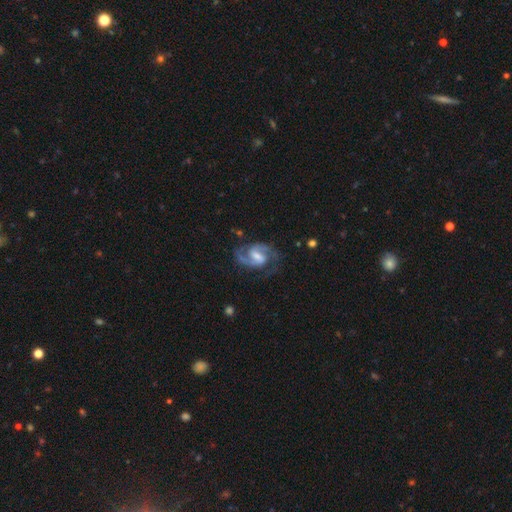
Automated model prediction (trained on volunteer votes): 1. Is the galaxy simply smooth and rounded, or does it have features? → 92% featured or disk, 4% star or artifact, 4% smooth.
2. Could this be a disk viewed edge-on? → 98% no, 2% yes.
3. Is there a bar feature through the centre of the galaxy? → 53% weak, 33% strong, 14% no.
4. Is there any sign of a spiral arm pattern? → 98% yes, 2% no.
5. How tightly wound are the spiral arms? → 63% medium, 23% tight, 14% loose.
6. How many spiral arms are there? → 92% 2, 3% 3, 2% can't tell, 1% 1, 1% 4, 1% more than 4.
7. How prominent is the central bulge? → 40% moderate, 37% small, 15% none, 7% large, 1% dominant.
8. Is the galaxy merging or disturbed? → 75% none, 16% minor disturbance, 8% major disturbance, 2% merger.